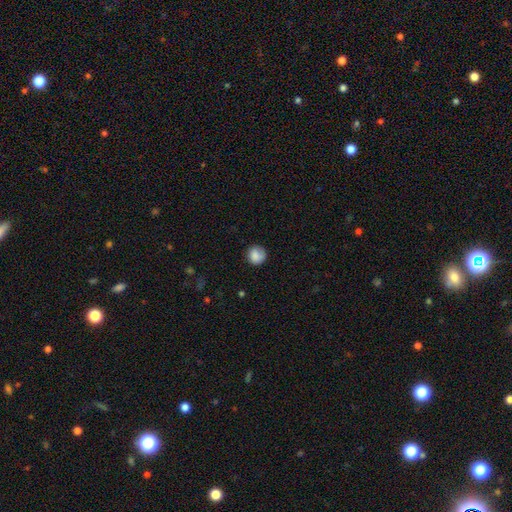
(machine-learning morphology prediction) Smooth or featured? Predicted: smooth (p=0.84). How rounded? Predicted: round (p=0.89). Merging? Predicted: none (p=0.77).